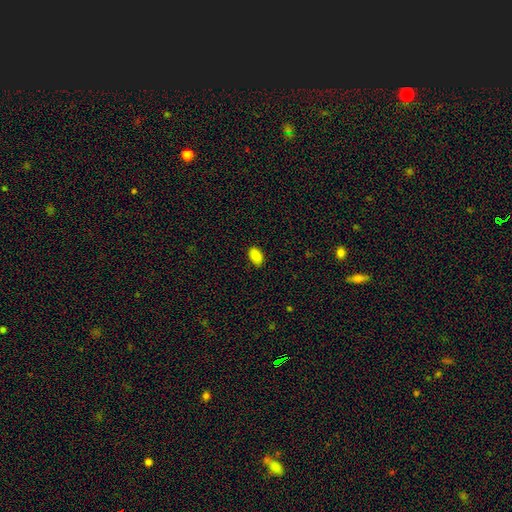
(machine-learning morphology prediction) Overall: smooth (88%). How rounded: in between (92%). Merging: none (87%).